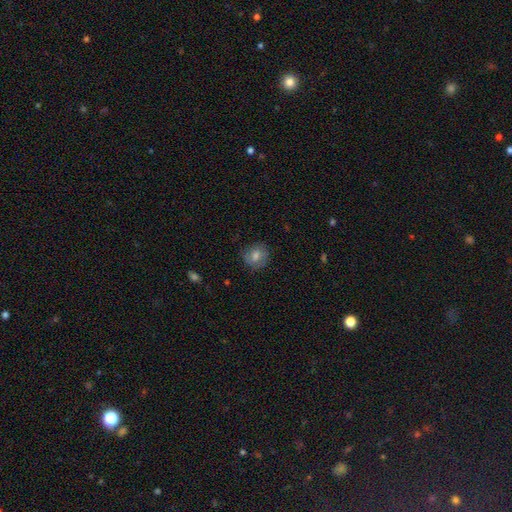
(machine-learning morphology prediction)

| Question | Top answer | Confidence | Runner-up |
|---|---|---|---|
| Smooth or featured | smooth | 61% | featured or disk (27%) |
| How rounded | round | 80% | in between (19%) |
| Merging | none | 79% | minor disturbance (15%) |